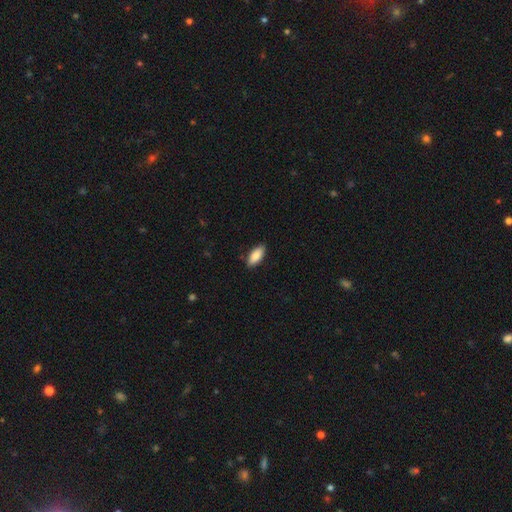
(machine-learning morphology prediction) A smooth galaxy with no disk features (87%) that is in between round and cigar-shaped (86%).

Vote fractions:
- Smooth or featured? smooth: 87% / featured or disk: 7% / star or artifact: 6%
- How rounded? in between: 86% / cigar-shaped: 12% / round: 2%
- Merging? none: 87% / minor disturbance: 10% / major disturbance: 2% / merger: 1%